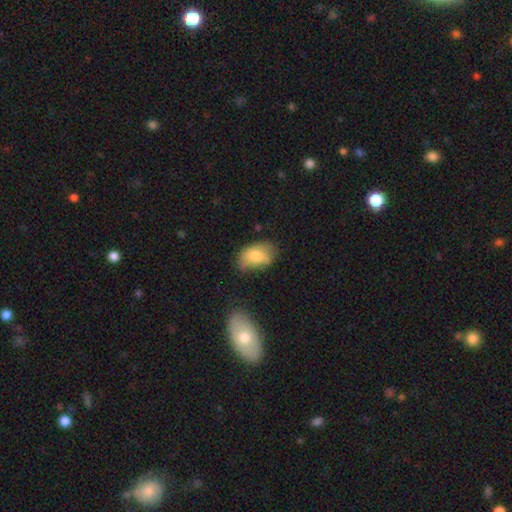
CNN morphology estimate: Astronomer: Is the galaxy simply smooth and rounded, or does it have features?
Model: smooth — 71%.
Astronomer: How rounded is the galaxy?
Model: in between — 90%.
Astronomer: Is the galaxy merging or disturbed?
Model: none — 46% (runner-up: minor disturbance, 35%).